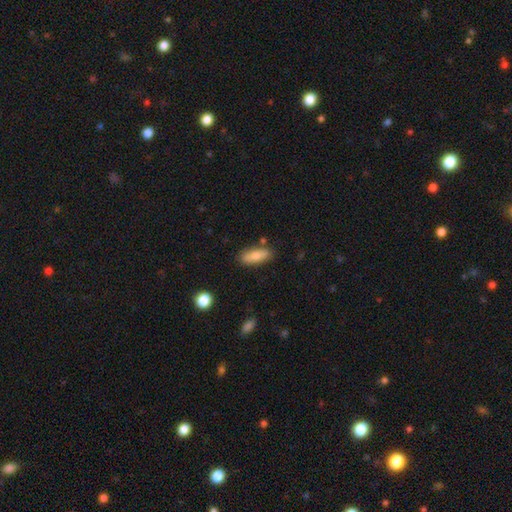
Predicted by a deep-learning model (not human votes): Smooth or featured? smooth (76%)
How rounded? in between (63%)
Merging? none (80%)